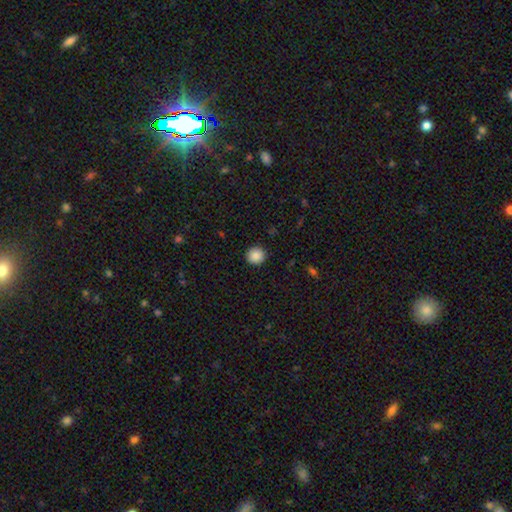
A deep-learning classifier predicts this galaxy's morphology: Overall: smooth (88%). How rounded: round (94%). Merging: none (92%).